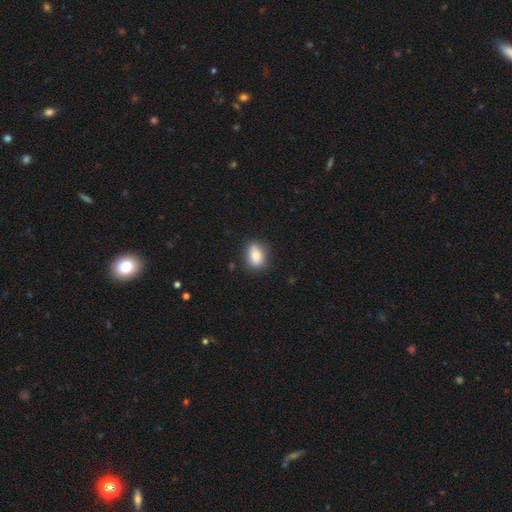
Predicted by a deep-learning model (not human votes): Q: Smooth or featured?
A: smooth (82%); runner-up: featured or disk (10%)
Q: How rounded?
A: in between (75%); runner-up: round (21%)
Q: Merging?
A: none (81%); runner-up: minor disturbance (15%)